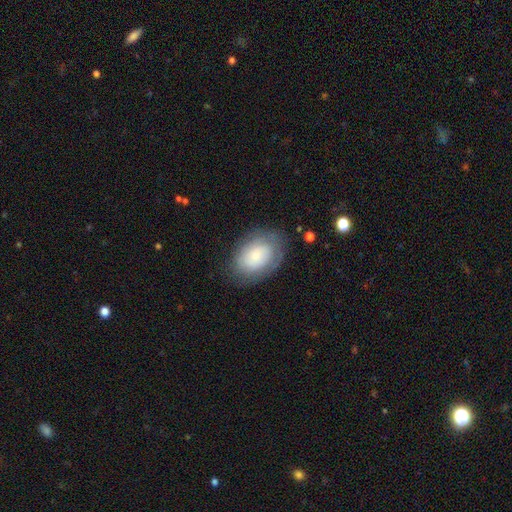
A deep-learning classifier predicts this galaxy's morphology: Smooth or featured?
  - smooth: 55% *
  - featured or disk: 36%
  - star or artifact: 8%
How rounded?
  - in between: 82% *
  - round: 17%
  - cigar-shaped: 1%
Merging?
  - none: 75% *
  - minor disturbance: 17%
  - major disturbance: 7%
  - merger: 1%